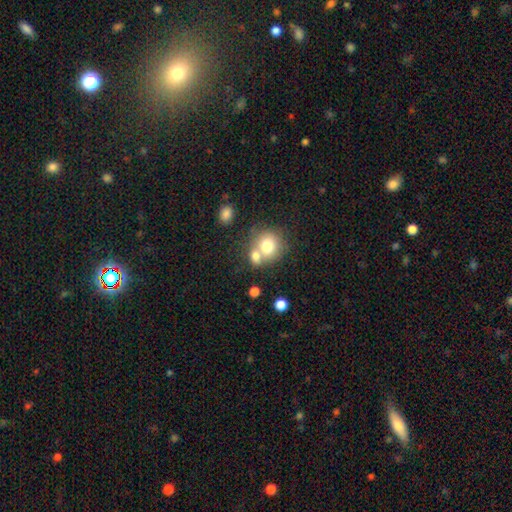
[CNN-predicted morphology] type=smooth (75%); roundness=round (75%); merging=merger (52%).